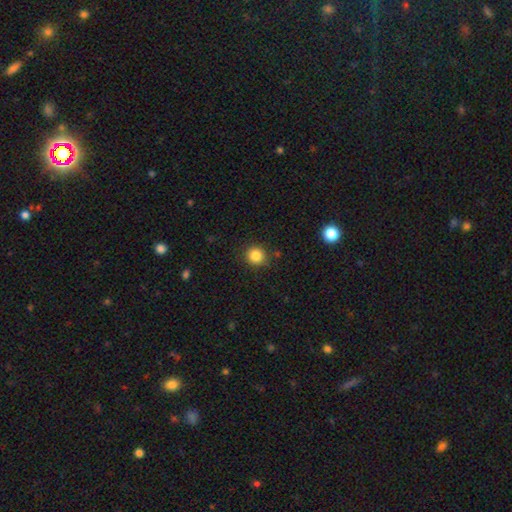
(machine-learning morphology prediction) smooth_or_featured: smooth (p=0.85) [alt: star or artifact p=0.11]
how_rounded: round (p=0.91) [alt: in between p=0.08]
merging: none (p=0.87) [alt: minor disturbance p=0.08]